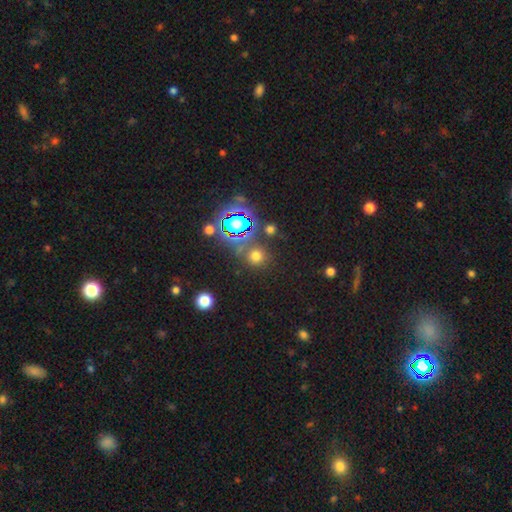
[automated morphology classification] Smooth or featured?
  - smooth: 62% *
  - star or artifact: 31%
  - featured or disk: 7%
How rounded?
  - round: 89% *
  - in between: 10%
  - cigar-shaped: 1%
Merging?
  - none: 79% *
  - minor disturbance: 9%
  - merger: 8%
  - major disturbance: 4%